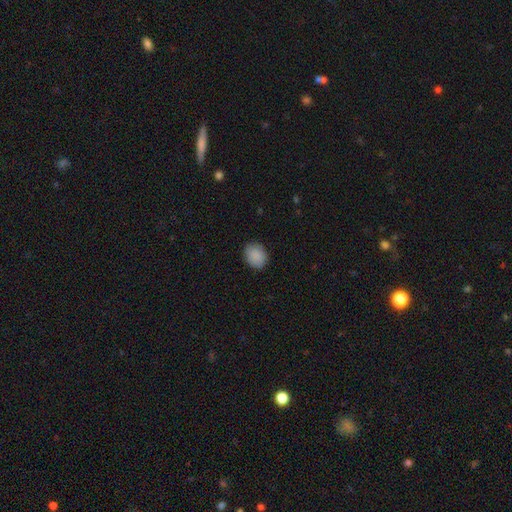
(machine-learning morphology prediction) Smooth or featured: smooth — 89% (star or artifact — 7%)
How rounded: round — 51% (in between — 48%)
Merging: none — 85% (minor disturbance — 12%)